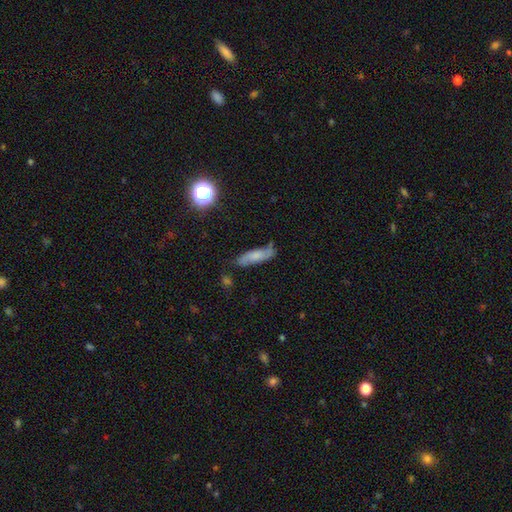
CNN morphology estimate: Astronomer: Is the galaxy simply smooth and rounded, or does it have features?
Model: smooth — 52% (runner-up: featured or disk, 37%).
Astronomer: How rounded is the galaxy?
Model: cigar-shaped — 57% (runner-up: in between, 40%).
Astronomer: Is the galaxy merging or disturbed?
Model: none — 66%.